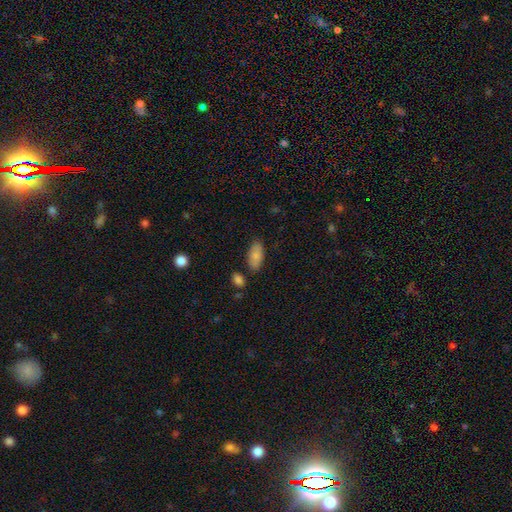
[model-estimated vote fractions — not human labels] This is clearly a smooth galaxy (83%). How rounded: clearly in between (91%). Merging: likely none (80%).